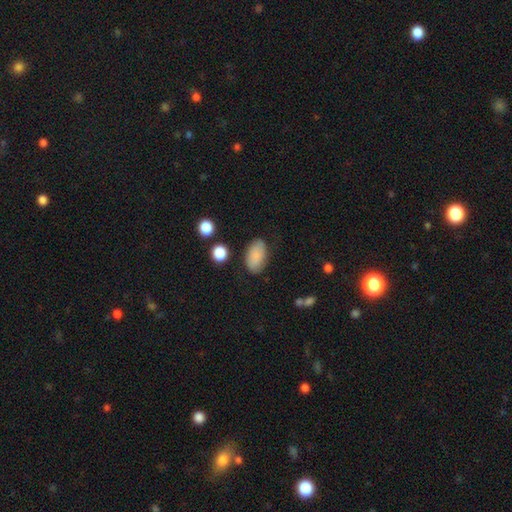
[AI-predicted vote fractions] Smooth or featured? smooth (85%)
How rounded? in between (94%)
Merging? none (81%)